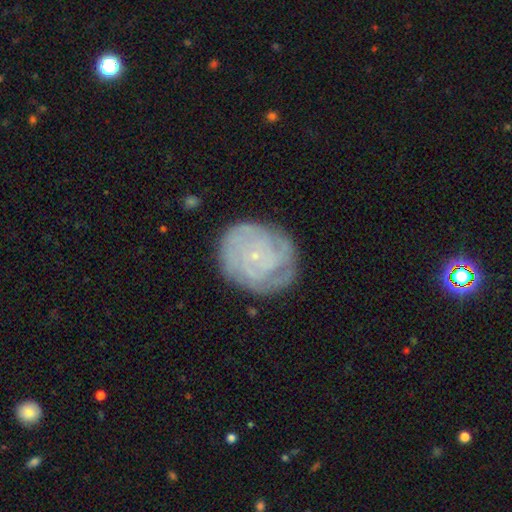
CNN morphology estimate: Smooth or featured?
  - featured or disk: 71% *
  - smooth: 21%
  - star or artifact: 8%
Edge-on disk?
  - no: 97% *
  - yes: 3%
Bar?
  - no: 83% *
  - weak: 14%
  - strong: 3%
Spiral arms?
  - yes: 89% *
  - no: 11%
Spiral winding?
  - tight: 77% *
  - medium: 18%
  - loose: 5%
Spiral arm count?
  - can't tell: 45% *
  - 3: 15%
  - 4: 14%
  - 2: 12%
  - more than 4: 8%
  - 1: 6%
Bulge size?
  - small: 87% *
  - moderate: 7%
  - none: 4%
  - large: 1%
  - dominant: 1%
Merging?
  - none: 76% *
  - minor disturbance: 17%
  - major disturbance: 6%
  - merger: 1%